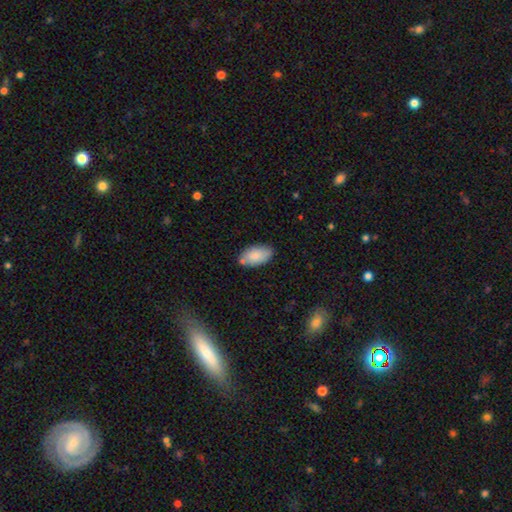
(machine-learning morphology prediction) smooth-or-featured: smooth: 83% | featured or disk: 11% | star or artifact: 6%
  how-rounded: in between: 94% | round: 4% | cigar-shaped: 2%
  merging: none: 75% | minor disturbance: 17% | merger: 5% | major disturbance: 3%